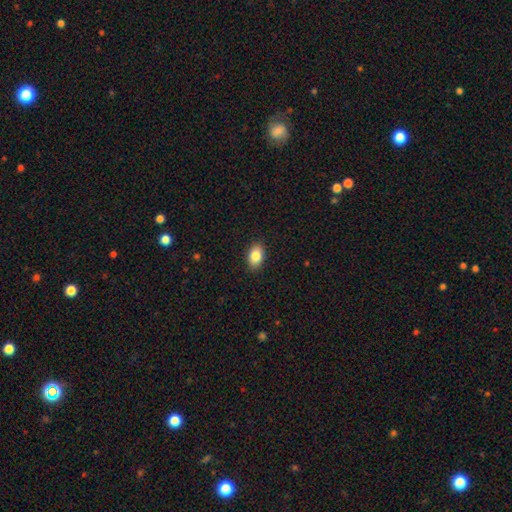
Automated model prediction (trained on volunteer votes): Smooth or featured? Predicted: smooth (p=0.85). How rounded? Predicted: in between (p=0.89). Merging? Predicted: none (p=0.89).